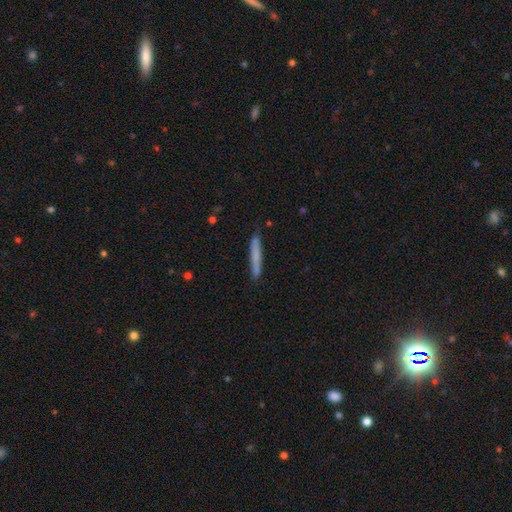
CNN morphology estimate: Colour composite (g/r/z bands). It shows a smooth galaxy with no disk features (71%) that is cigar-shaped (96%). Merging: none (87%).